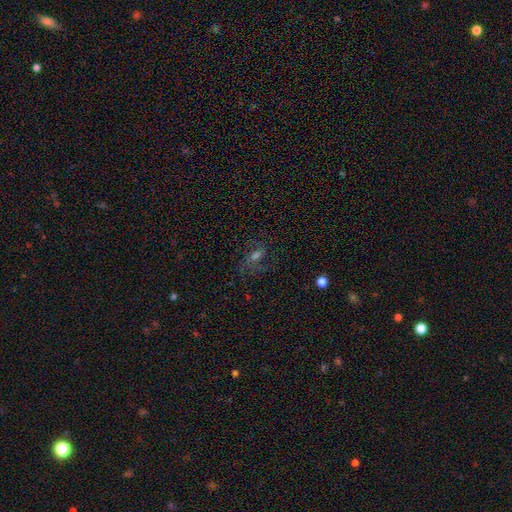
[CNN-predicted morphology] Smooth or featured: featured or disk — 54% (smooth — 23%)
Edge-on disk: no — 94% (yes — 6%)
Bar: weak — 44% (no — 41%)
Spiral arms: yes — 87% (no — 13%)
Bulge size: moderate — 47% (small — 25%)
Merging: none — 63% (major disturbance — 19%)